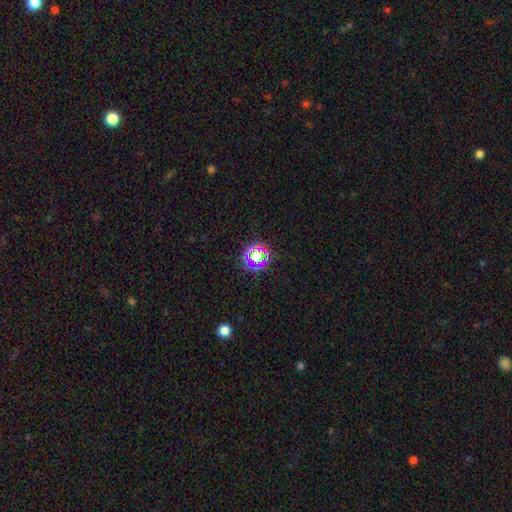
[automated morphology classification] This appears to be a star or artifact, not a galaxy (63%).